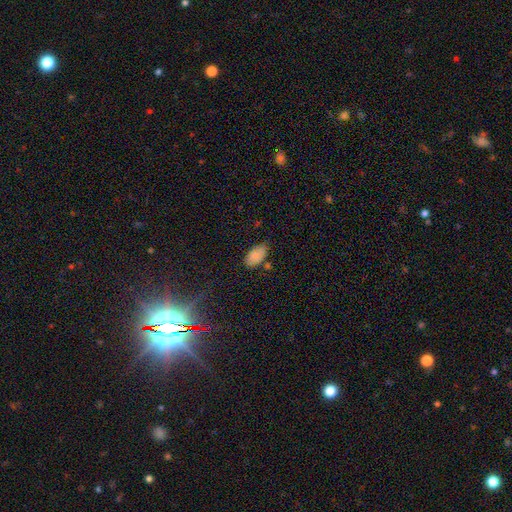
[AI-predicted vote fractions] A smooth galaxy with no disk features (83%) that is in between round and cigar-shaped (94%). Merging: none (65%).